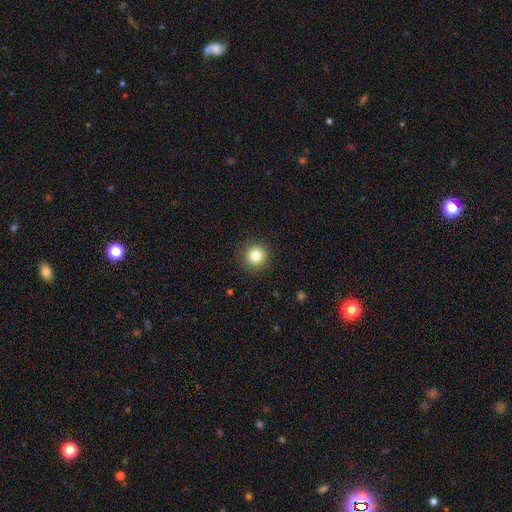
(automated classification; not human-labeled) This appears to be a smooth galaxy with no disk features (83%) that is round (94%). Merging: none (90%).